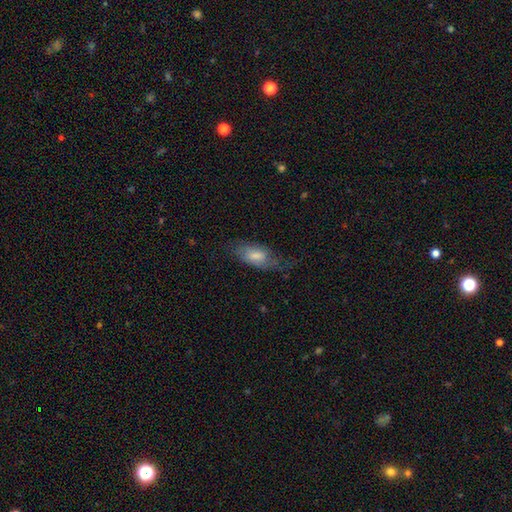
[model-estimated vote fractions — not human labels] smooth-or-featured: smooth: 59% | featured or disk: 34% | star or artifact: 7%
  how-rounded: in between: 85% | cigar-shaped: 11% | round: 4%
  merging: none: 50% | minor disturbance: 26% | major disturbance: 22% | merger: 2%